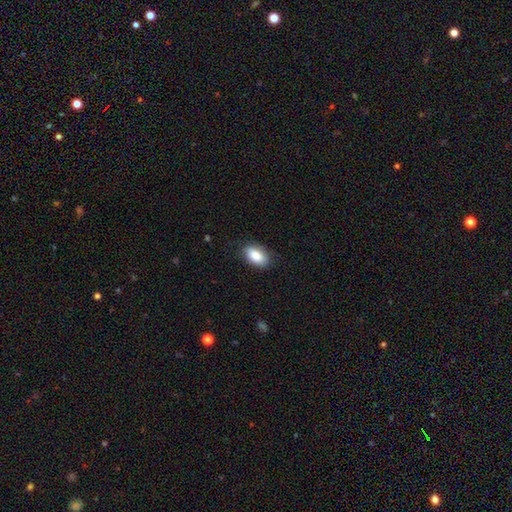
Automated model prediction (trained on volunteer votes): Morphology: type=smooth (86%); roundness=in between (92%); merging=none (83%).